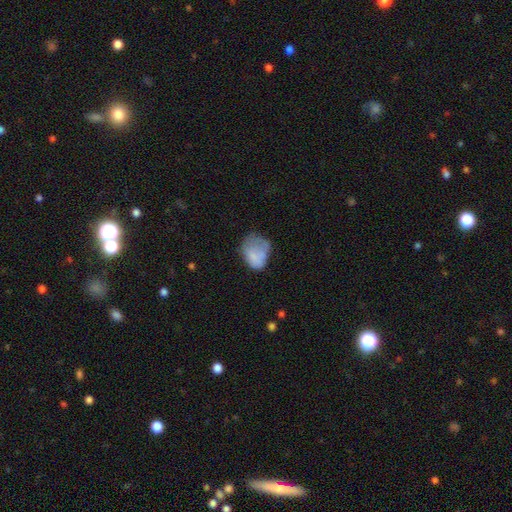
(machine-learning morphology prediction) Smooth or featured? smooth (70%)
How rounded? in between (67%)
Merging? minor disturbance (36%)